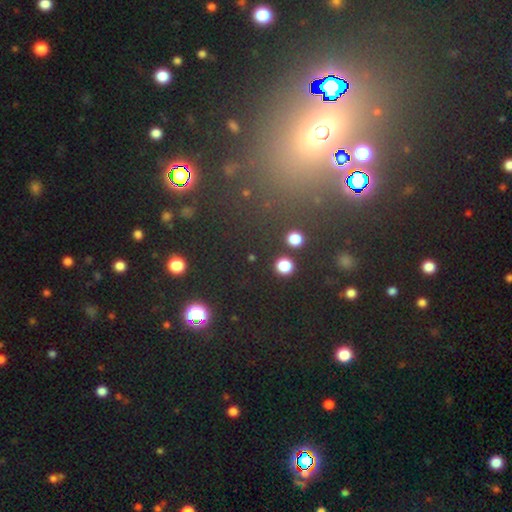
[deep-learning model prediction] smooth-or-featured: star or artifact: 59% | smooth: 31% | featured or disk: 10%